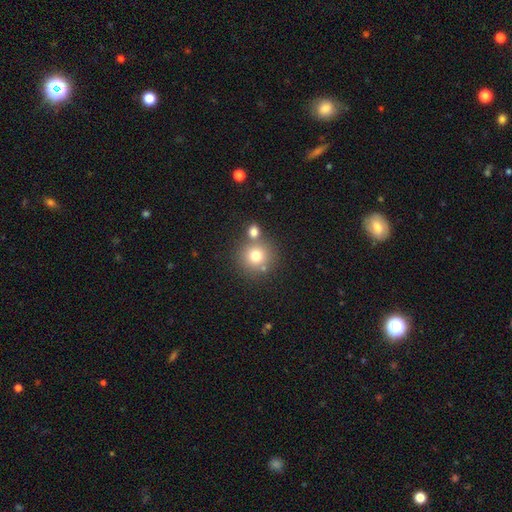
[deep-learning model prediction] This is likely a smooth galaxy (75%). How rounded: clearly round (92%). Merging: likely none (66%).